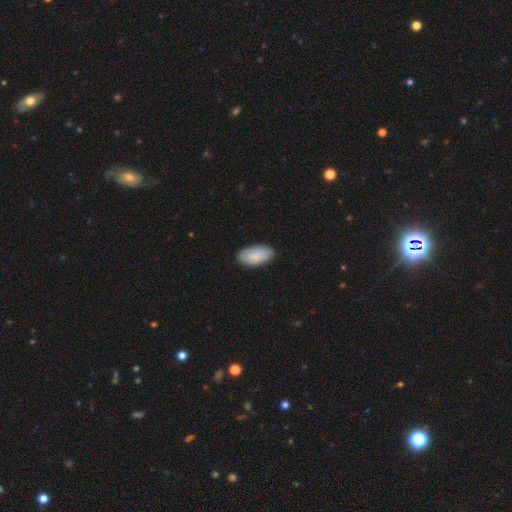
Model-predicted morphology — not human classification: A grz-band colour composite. It shows a smooth galaxy with no disk features (83%) that is in between round and cigar-shaped (95%). Merging: none (84%).